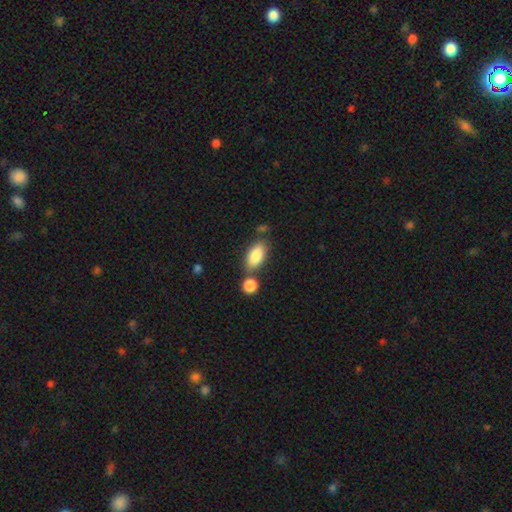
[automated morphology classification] smooth-or-featured: smooth: 85% | featured or disk: 9% | star or artifact: 6%
  how-rounded: in between: 89% | cigar-shaped: 7% | round: 4%
  merging: none: 63% | merger: 19% | minor disturbance: 13% | major disturbance: 4%